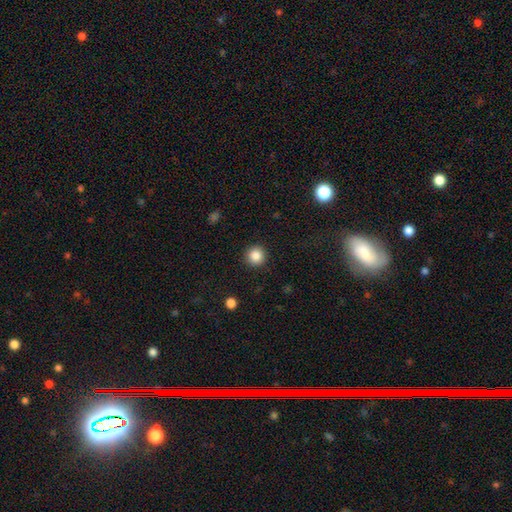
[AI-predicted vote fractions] A smooth galaxy with no disk features (86%) that is round (95%). Merging: none (92%).